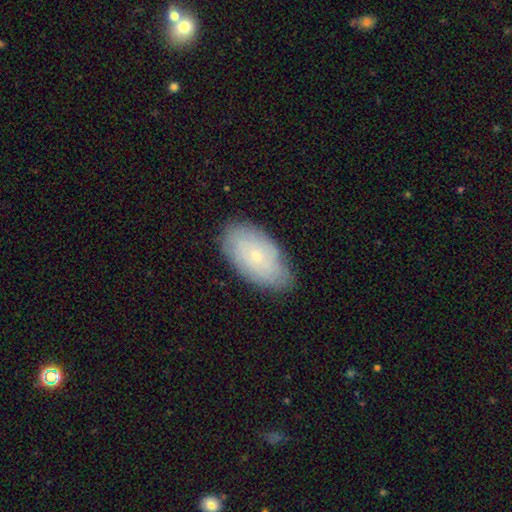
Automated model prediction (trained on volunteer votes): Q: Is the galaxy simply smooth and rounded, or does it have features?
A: smooth — 51%.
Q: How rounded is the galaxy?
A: in between — 93%.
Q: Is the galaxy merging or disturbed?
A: none — 79%.